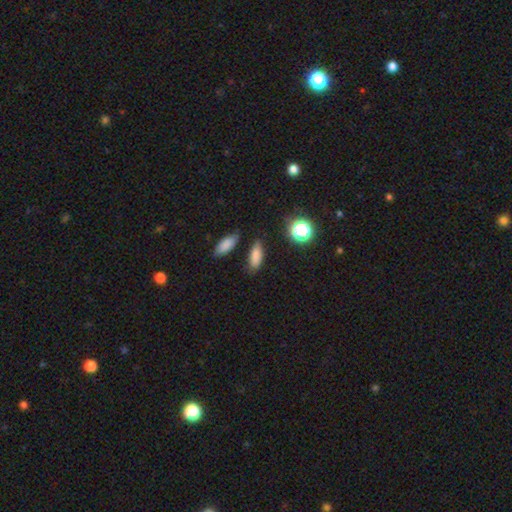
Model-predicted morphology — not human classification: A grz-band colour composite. It shows a smooth galaxy with no disk features (81%) that is in between round and cigar-shaped (76%). Merging: none (76%).